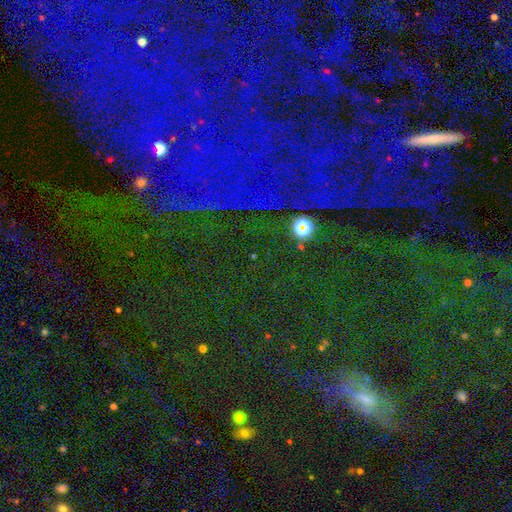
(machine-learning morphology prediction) Overall: star or artifact (76%).